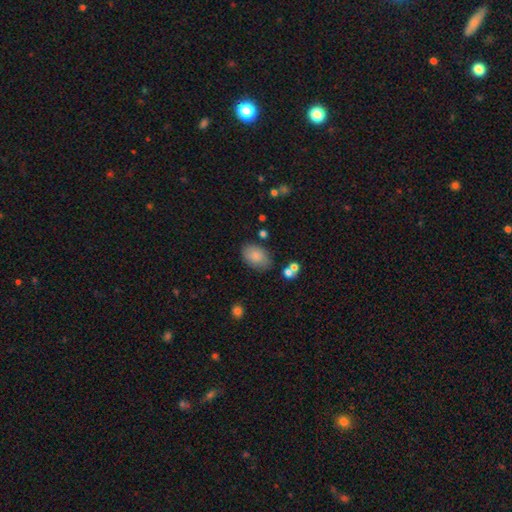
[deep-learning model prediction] smooth-or-featured: smooth: 83% | featured or disk: 9% | star or artifact: 7%
  how-rounded: in between: 87% | round: 11% | cigar-shaped: 1%
  merging: none: 78% | minor disturbance: 15% | major disturbance: 4% | merger: 3%